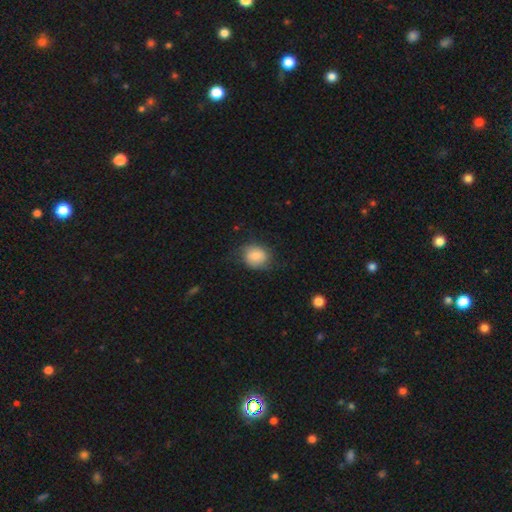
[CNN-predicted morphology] Smooth or featured: smooth — 77% (featured or disk — 15%)
How rounded: round — 60% (in between — 39%)
Merging: none — 65% (minor disturbance — 24%)